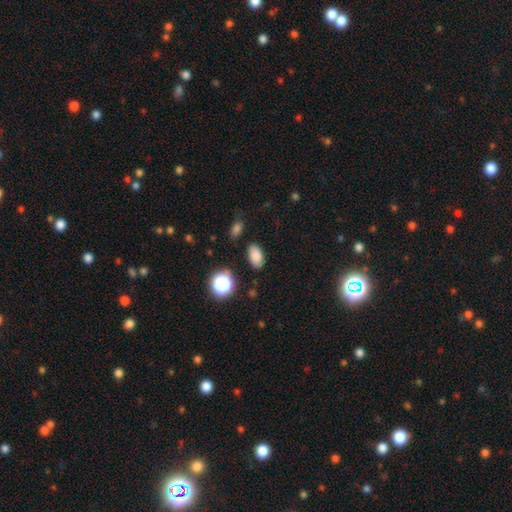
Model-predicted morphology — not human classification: Smooth or featured: smooth — 83% (star or artifact — 12%)
How rounded: in between — 90% (round — 9%)
Merging: none — 85% (minor disturbance — 10%)